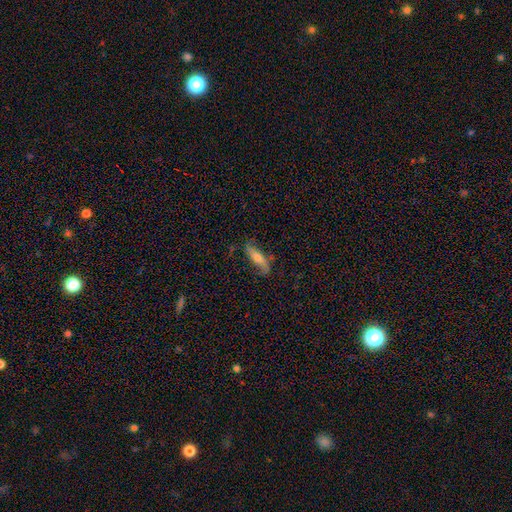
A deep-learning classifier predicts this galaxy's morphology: Smooth or featured? smooth (48%)
Merging? none (70%)